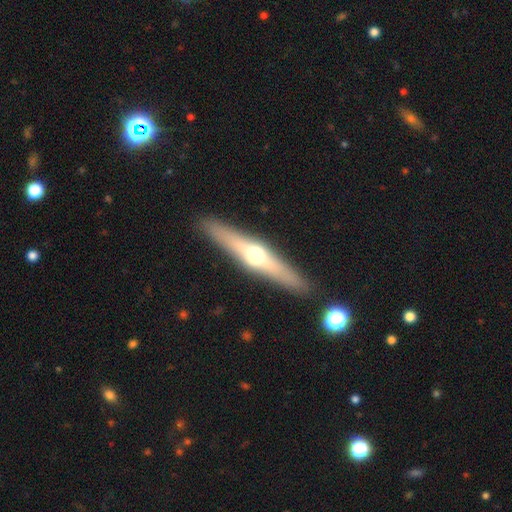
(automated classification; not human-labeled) The model was most divided on "smooth or featured": featured or disk: 64%, smooth: 30%, star or artifact: 6%. More confident: edge-on disk — yes (95%); edge-on bulge — rounded (94%); merging — none (90%).